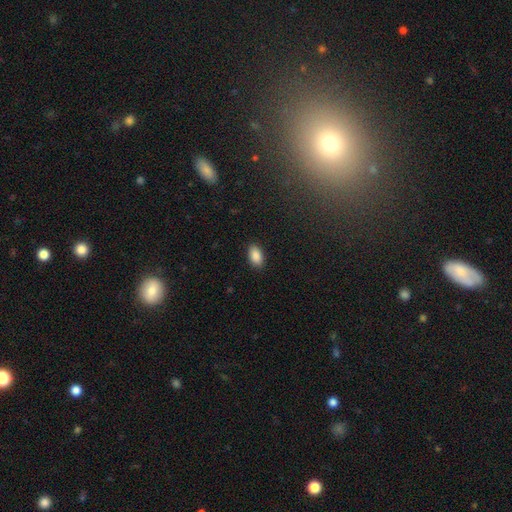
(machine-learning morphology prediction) type=smooth (89%); roundness=in between (93%); merging=none (88%).